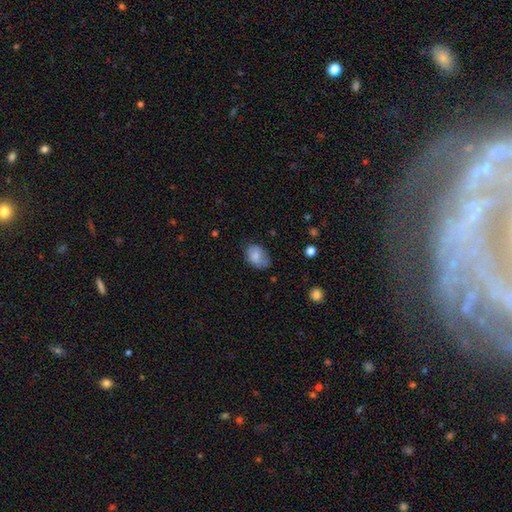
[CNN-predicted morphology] smooth 78%, featured or disk 14%, star or artifact 8%. Down the decision tree: how rounded — in between (80%); merging — none (60%).